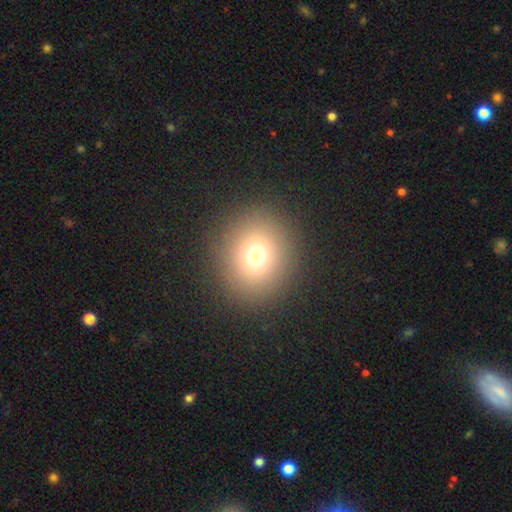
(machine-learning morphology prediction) A smooth galaxy with no disk features (72%) that is round (87%). Merging: none (90%).